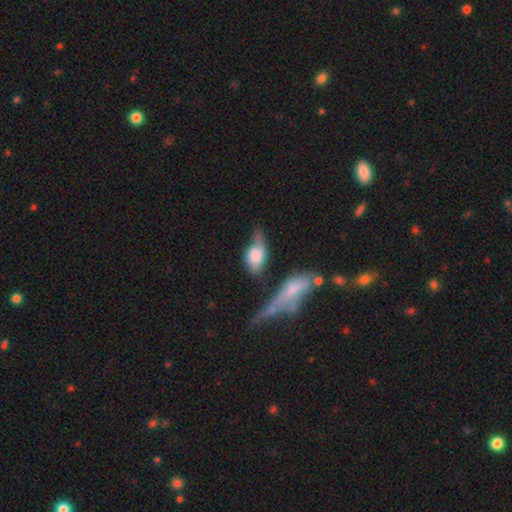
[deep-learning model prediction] A smooth galaxy with no disk features (60%) that is in between round and cigar-shaped (85%).

Vote fractions:
- Smooth or featured? smooth: 60% / featured or disk: 33% / star or artifact: 7%
- How rounded? in between: 85% / round: 8% / cigar-shaped: 7%
- Merging? minor disturbance: 32% / none: 30% / major disturbance: 24% / merger: 15%